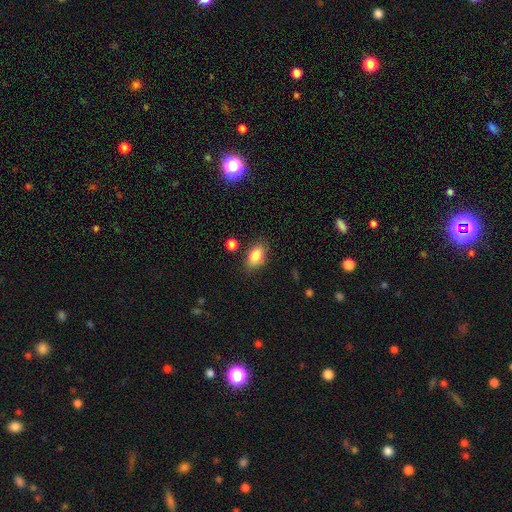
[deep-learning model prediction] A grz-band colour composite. It shows a smooth galaxy with no disk features (84%) that is in between round and cigar-shaped (88%). Merging: none (81%).